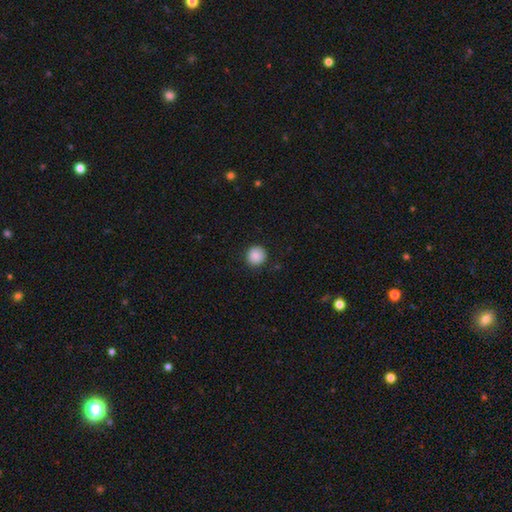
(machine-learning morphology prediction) smooth 86%, star or artifact 9%, featured or disk 5%. Down the decision tree: how rounded — round (93%); merging — none (89%).